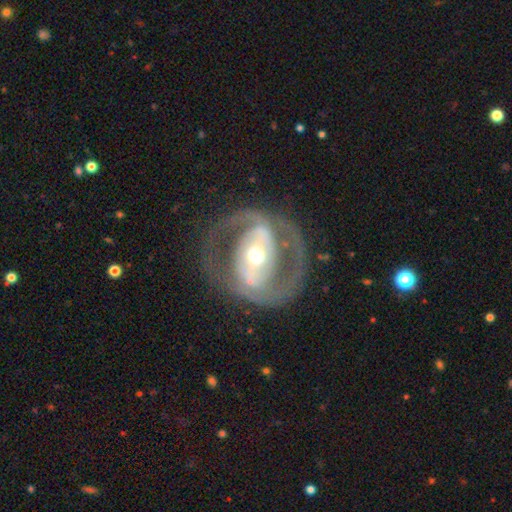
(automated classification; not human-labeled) Q: Smooth or featured?
A: featured or disk (83%); runner-up: smooth (13%)
Q: Edge-on disk?
A: no (95%); runner-up: yes (5%)
Q: Bar?
A: strong (46%); runner-up: weak (28%)
Q: Spiral arms?
A: yes (68%); runner-up: no (32%)
Q: Spiral winding?
A: medium (47%); runner-up: tight (33%)
Q: Spiral arm count?
A: 2 (83%); runner-up: can't tell (9%)
Q: Bulge size?
A: moderate (64%); runner-up: small (25%)
Q: Merging?
A: none (73%); runner-up: major disturbance (13%)